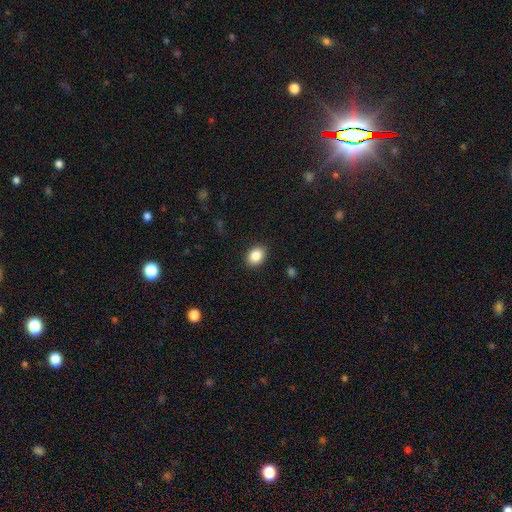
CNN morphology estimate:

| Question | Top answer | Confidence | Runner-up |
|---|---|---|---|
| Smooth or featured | smooth | 86% | star or artifact (8%) |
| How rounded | in between | 68% | round (31%) |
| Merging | none | 89% | minor disturbance (8%) |